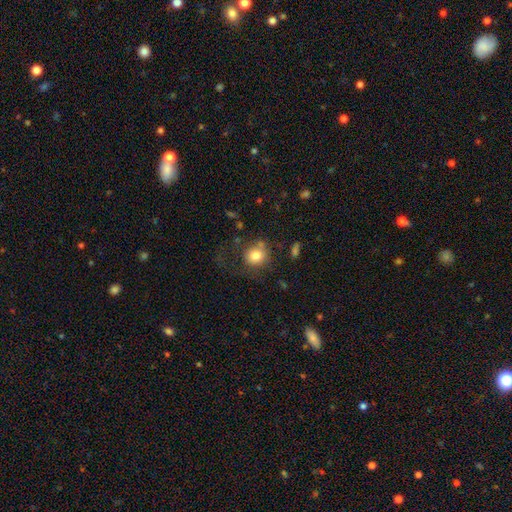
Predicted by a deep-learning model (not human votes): This is likely a smooth galaxy (80%). How rounded: clearly round (86%). Merging: likely none (63%).